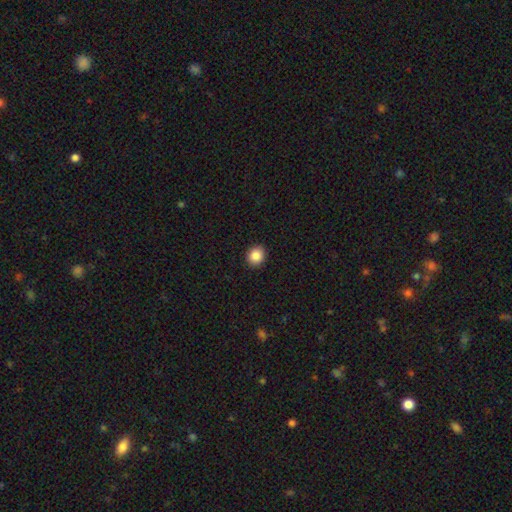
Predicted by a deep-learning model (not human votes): smooth 87%, star or artifact 9%, featured or disk 4%. Down the decision tree: how rounded — round (79%); merging — none (92%).